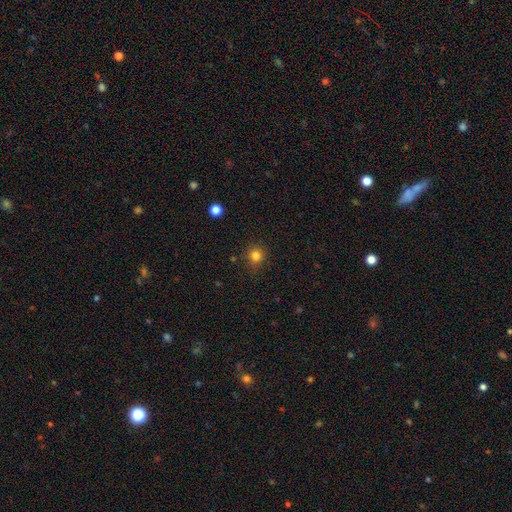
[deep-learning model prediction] A smooth galaxy with no disk features (82%) that is round (90%).

Vote fractions:
- Smooth or featured? smooth: 82% / star or artifact: 14% / featured or disk: 5%
- How rounded? round: 90% / in between: 9% / cigar-shaped: 1%
- Merging? none: 84% / minor disturbance: 11% / major disturbance: 3% / merger: 2%